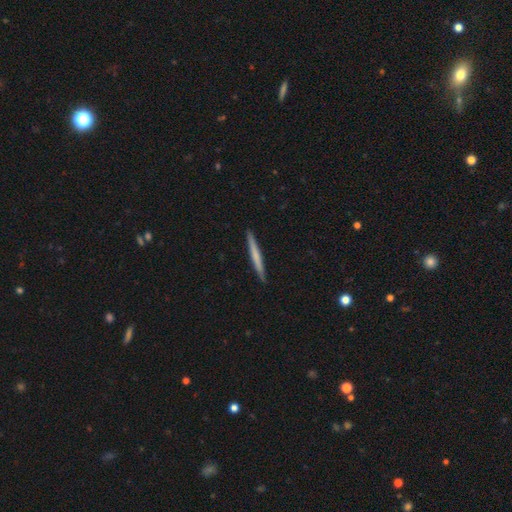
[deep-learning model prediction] smooth_or_featured: smooth (p=0.59) [alt: featured or disk p=0.37]
how_rounded: cigar-shaped (p=0.97) [alt: in between p=0.02]
merging: none (p=0.92) [alt: minor disturbance p=0.05]